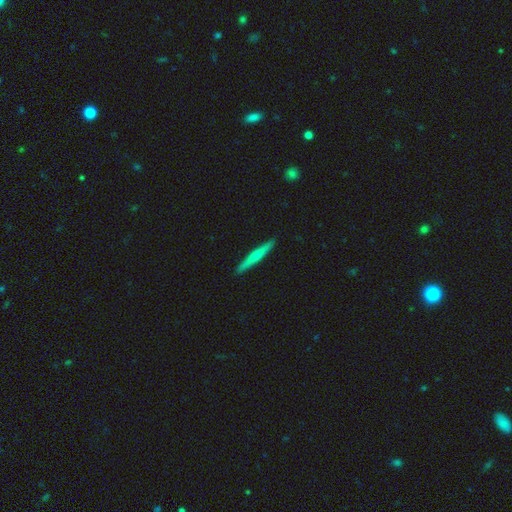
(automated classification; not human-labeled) This appears to be a smooth galaxy with no disk features (52%) that is cigar-shaped (95%). Merging: none (92%).